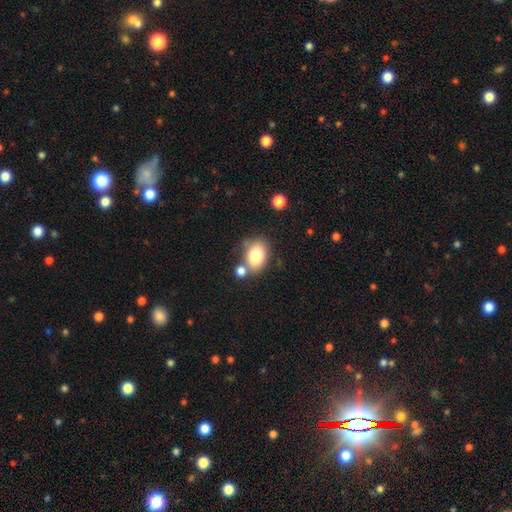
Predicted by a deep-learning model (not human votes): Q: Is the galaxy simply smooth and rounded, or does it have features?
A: smooth — 81%.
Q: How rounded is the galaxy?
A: in between — 79%.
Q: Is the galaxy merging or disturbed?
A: none — 60%.